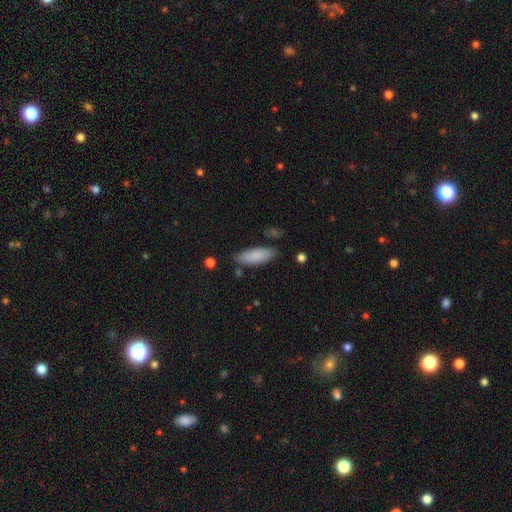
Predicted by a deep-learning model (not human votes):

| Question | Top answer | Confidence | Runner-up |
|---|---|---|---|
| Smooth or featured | smooth | 84% | featured or disk (10%) |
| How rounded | in between | 68% | cigar-shaped (30%) |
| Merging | none | 80% | minor disturbance (14%) |